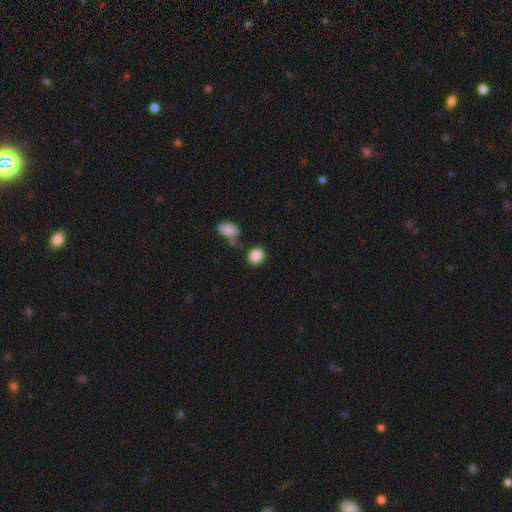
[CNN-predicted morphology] Overall: smooth (87%). How rounded: round (75%). Merging: none (80%).